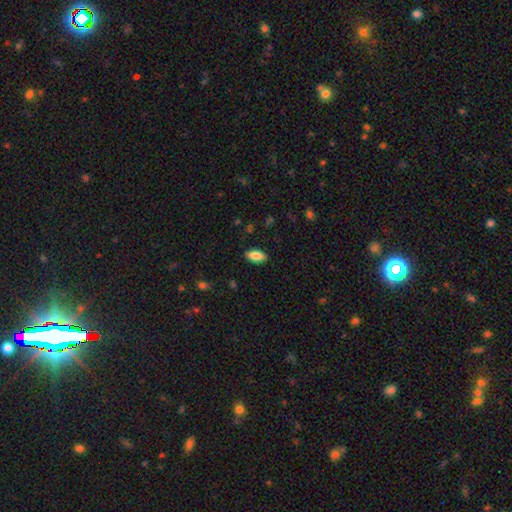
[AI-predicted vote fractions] A smooth galaxy with no disk features (83%) that is in between round and cigar-shaped (88%).

Vote fractions:
- Smooth or featured? smooth: 83% / featured or disk: 10% / star or artifact: 7%
- How rounded? in between: 88% / cigar-shaped: 10% / round: 2%
- Merging? none: 88% / minor disturbance: 9% / major disturbance: 2% / merger: 1%